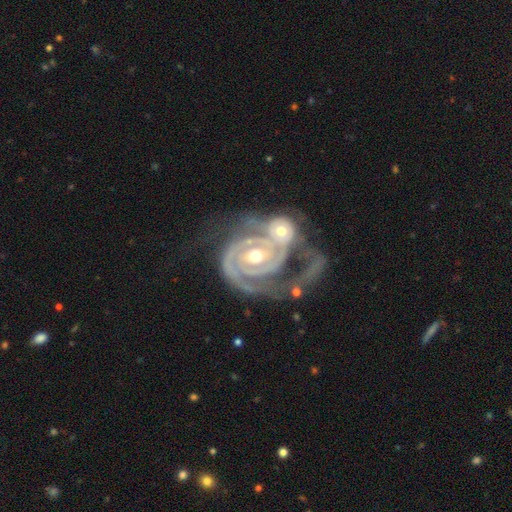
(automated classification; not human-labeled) Morphology: type=featured or disk (92%); edge-on=no (98%); bar=no (52%); spiral arms=yes (97%); winding=tight (68%); arm count=2 (73%); bulge=moderate (63%); merging=merger (57%).